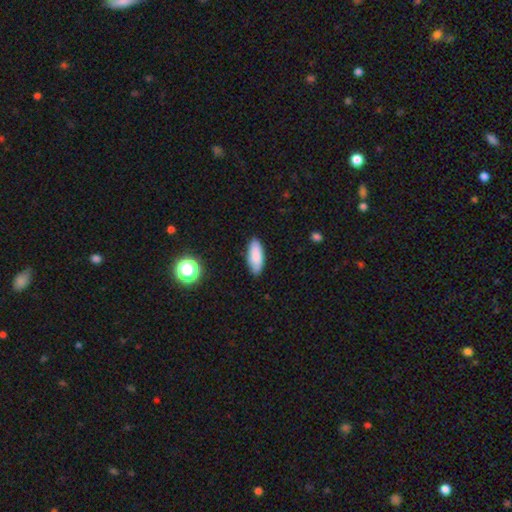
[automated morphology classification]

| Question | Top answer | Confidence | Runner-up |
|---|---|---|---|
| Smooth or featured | smooth | 84% | featured or disk (9%) |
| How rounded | in between | 78% | cigar-shaped (20%) |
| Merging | none | 86% | minor disturbance (11%) |